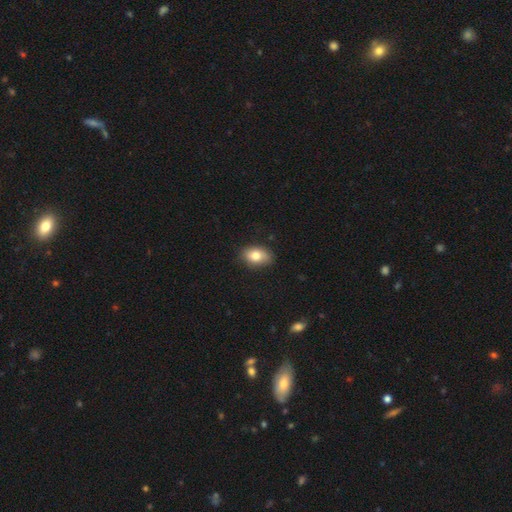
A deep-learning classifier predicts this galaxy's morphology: Smooth or featured? smooth (80%)
How rounded? in between (85%)
Merging? none (84%)